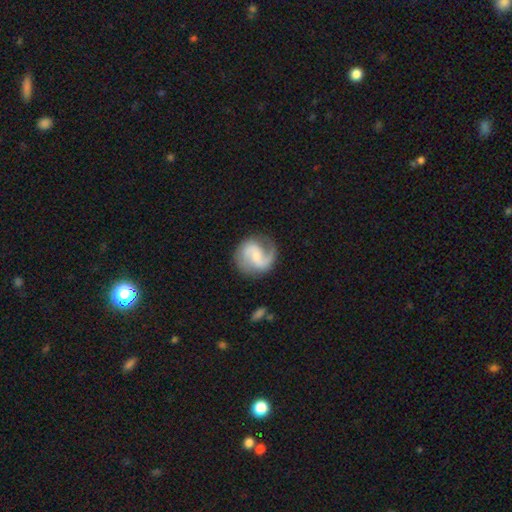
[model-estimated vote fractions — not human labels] Smooth or featured?
  - featured or disk: 85% *
  - smooth: 10%
  - star or artifact: 5%
Edge-on disk?
  - no: 98% *
  - yes: 2%
Bar?
  - weak: 48% *
  - no: 40%
  - strong: 12%
Spiral arms?
  - yes: 97% *
  - no: 3%
Spiral winding?
  - medium: 54% *
  - loose: 26%
  - tight: 21%
Spiral arm count?
  - 2: 85% *
  - 1: 7%
  - can't tell: 3%
  - 3: 2%
  - 4: 1%
  - more than 4: 1%
Bulge size?
  - small: 52% *
  - moderate: 33%
  - none: 10%
  - large: 3%
  - dominant: 1%
Merging?
  - none: 78% *
  - minor disturbance: 14%
  - major disturbance: 6%
  - merger: 1%